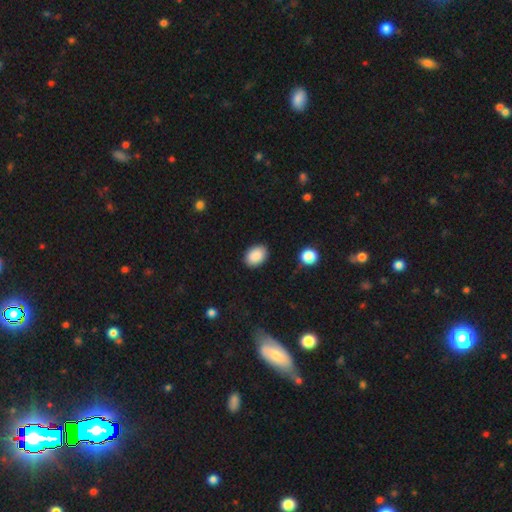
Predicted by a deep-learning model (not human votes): smooth 89%, star or artifact 7%, featured or disk 3%. Down the decision tree: how rounded — in between (79%); merging — none (86%).